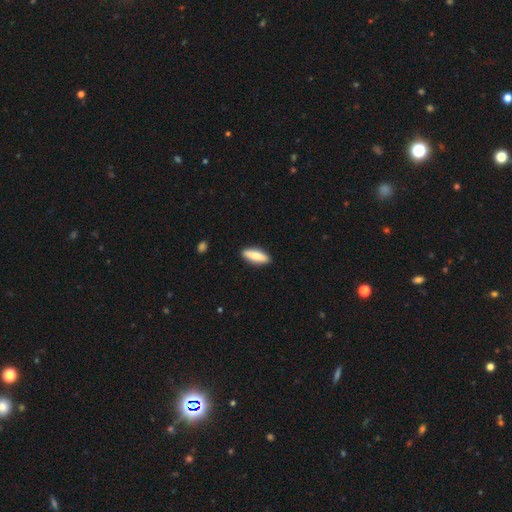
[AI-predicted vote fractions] This is clearly a smooth galaxy (81%). How rounded: possibly in between (55%). Merging: clearly none (90%).